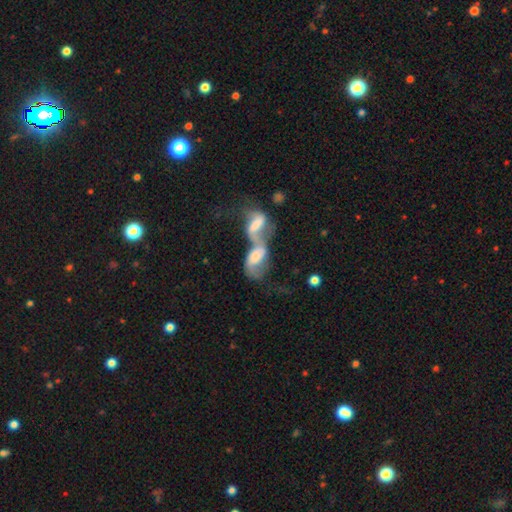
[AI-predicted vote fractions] smooth-or-featured: featured or disk: 56% | smooth: 34% | star or artifact: 10%
  disk-edge-on: no: 92% | yes: 8%
    bar: no: 42% | weak: 34% | strong: 25%
    has-spiral-arms: yes: 67% | no: 33%
    bulge-size: moderate: 36% | small: 22% | none: 21% | large: 17% | dominant: 3%
  merging: merger: 82% | major disturbance: 8% | none: 6% | minor disturbance: 4%